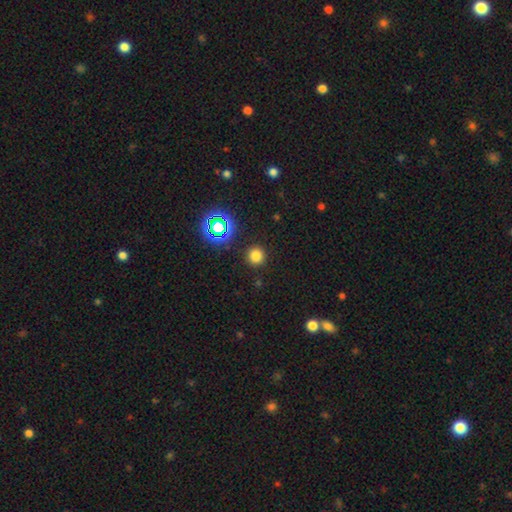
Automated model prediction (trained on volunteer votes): Smooth or featured?
  - smooth: 74% *
  - star or artifact: 21%
  - featured or disk: 5%
How rounded?
  - round: 93% *
  - in between: 6%
  - cigar-shaped: 1%
Merging?
  - none: 90% *
  - minor disturbance: 6%
  - major disturbance: 3%
  - merger: 2%